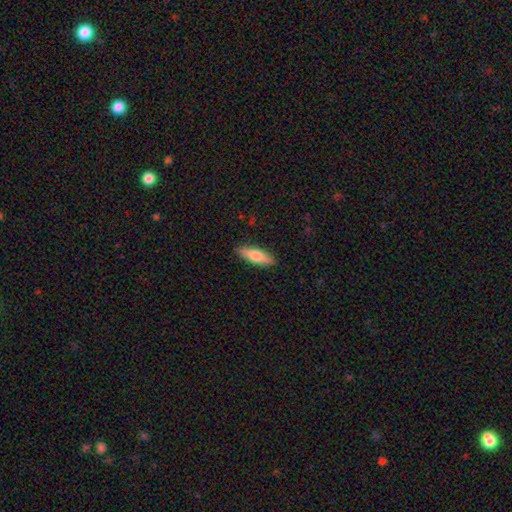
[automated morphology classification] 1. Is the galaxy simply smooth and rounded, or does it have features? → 74% smooth, 21% featured or disk, 6% star or artifact.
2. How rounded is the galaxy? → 50% in between, 48% cigar-shaped, 2% round.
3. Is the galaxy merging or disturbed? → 88% none, 9% minor disturbance, 2% major disturbance, 1% merger.